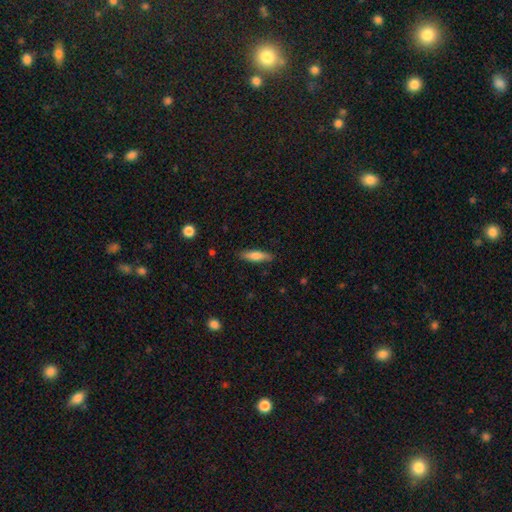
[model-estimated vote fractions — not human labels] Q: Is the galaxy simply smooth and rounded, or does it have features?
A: smooth — 74%.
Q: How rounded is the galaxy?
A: cigar-shaped — 71%.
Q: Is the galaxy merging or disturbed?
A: none — 86%.